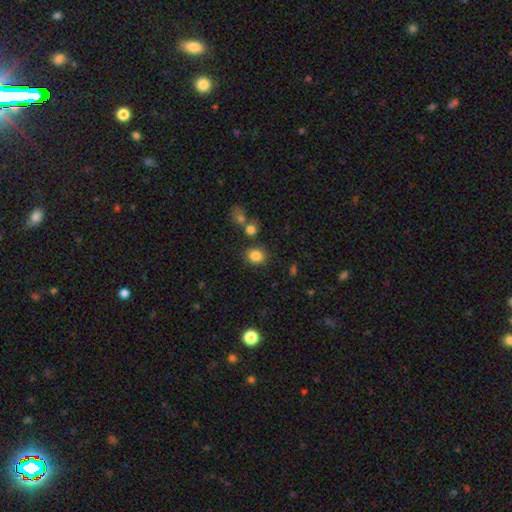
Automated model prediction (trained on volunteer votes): Morphology: type=smooth (83%); roundness=round (67%); merging=none (80%).